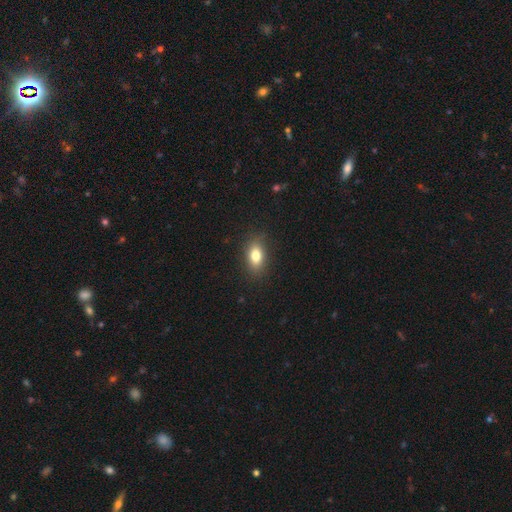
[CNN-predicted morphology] Q: Smooth or featured?
A: smooth (80%); runner-up: featured or disk (11%)
Q: How rounded?
A: in between (83%); runner-up: round (12%)
Q: Merging?
A: none (85%); runner-up: minor disturbance (11%)